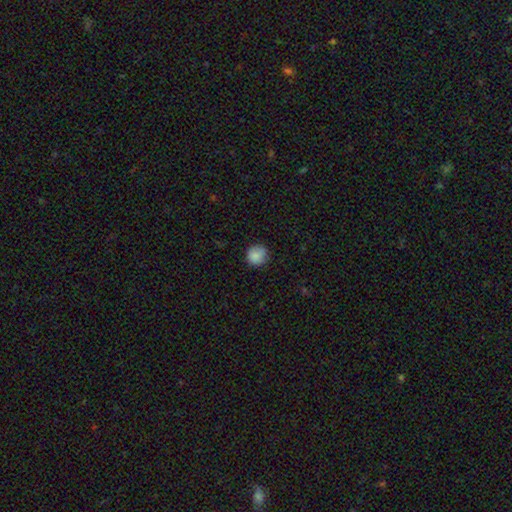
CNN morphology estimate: Smooth or featured?
  - smooth: 86% *
  - star or artifact: 9%
  - featured or disk: 6%
How rounded?
  - round: 89% *
  - in between: 10%
  - cigar-shaped: 1%
Merging?
  - none: 79% *
  - minor disturbance: 17%
  - major disturbance: 3%
  - merger: 1%